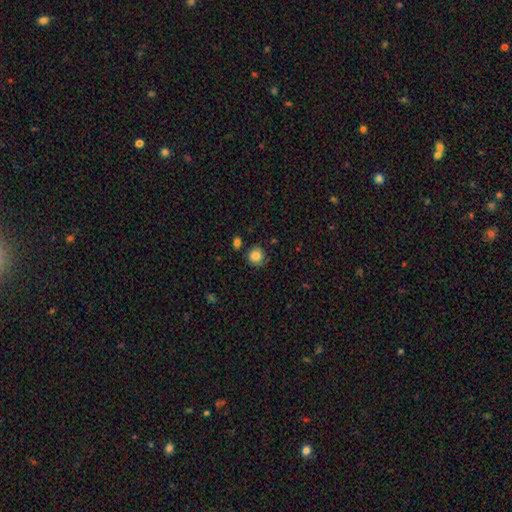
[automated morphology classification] This appears to be a smooth galaxy with no disk features (84%) that is round (89%). Merging: none (76%).